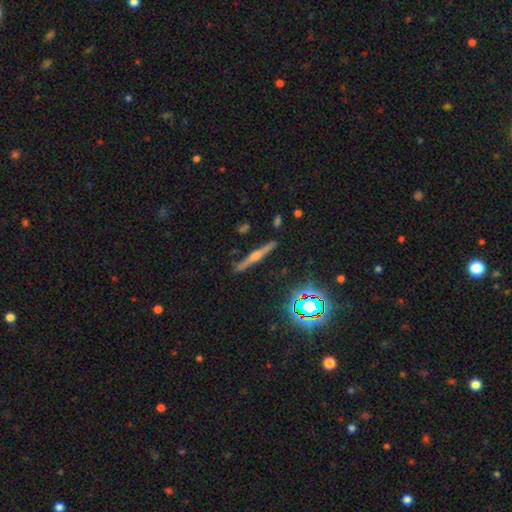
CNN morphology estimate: Smooth or featured? featured or disk (68%)
Edge-on disk? yes (97%)
Edge-on bulge? rounded (85%)
Merging? none (89%)